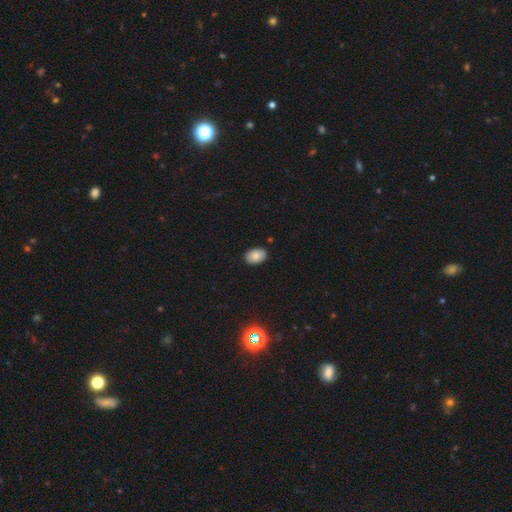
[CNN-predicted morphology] A smooth galaxy with no disk features (86%) that is in between round and cigar-shaped (87%).

Vote fractions:
- Smooth or featured? smooth: 86% / star or artifact: 9% / featured or disk: 5%
- How rounded? in between: 87% / round: 12% / cigar-shaped: 1%
- Merging? none: 88% / minor disturbance: 9% / major disturbance: 2% / merger: 1%